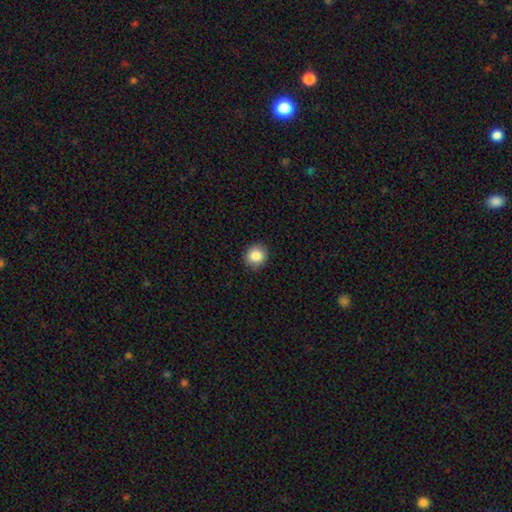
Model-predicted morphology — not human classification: A smooth galaxy with no disk features (86%) that is round (88%). Merging: none (91%).